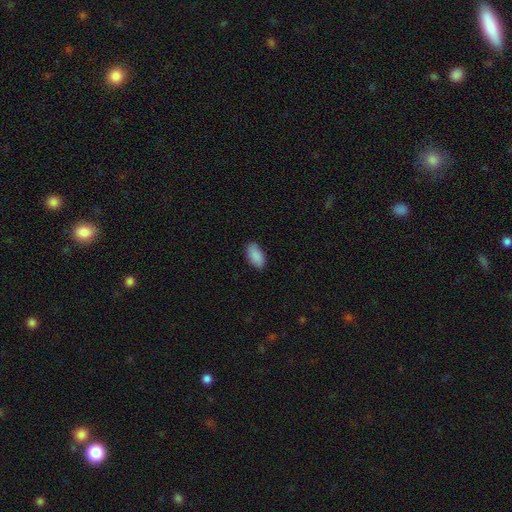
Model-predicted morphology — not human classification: Q: Smooth or featured?
A: smooth (90%); runner-up: star or artifact (6%)
Q: How rounded?
A: in between (93%); runner-up: cigar-shaped (4%)
Q: Merging?
A: none (86%); runner-up: minor disturbance (10%)